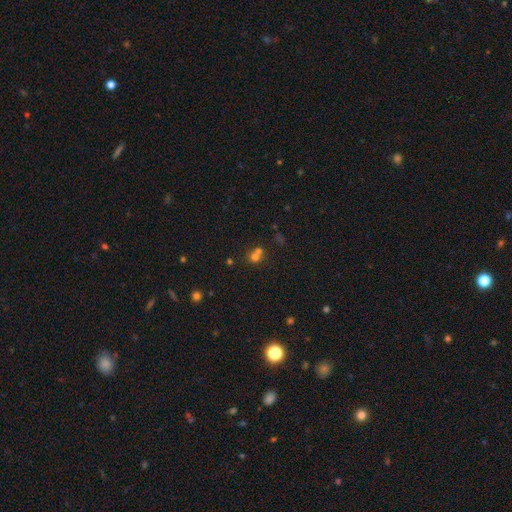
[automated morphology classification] This appears to be a smooth galaxy with no disk features (65%) that is round (83%). Merging: merger (47%).